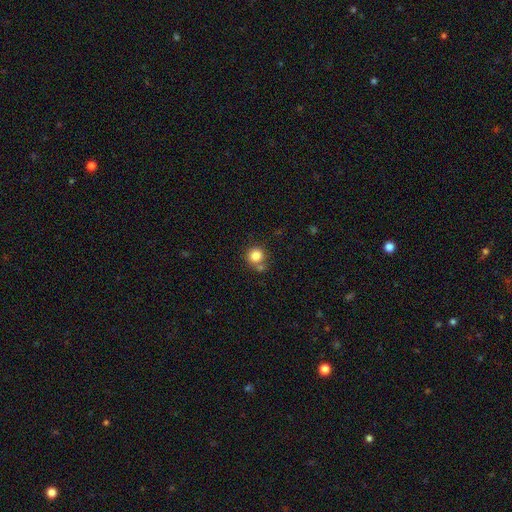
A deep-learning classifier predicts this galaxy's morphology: Smooth or featured? Predicted: smooth (p=0.84). How rounded? Predicted: round (p=0.92). Merging? Predicted: none (p=0.67).